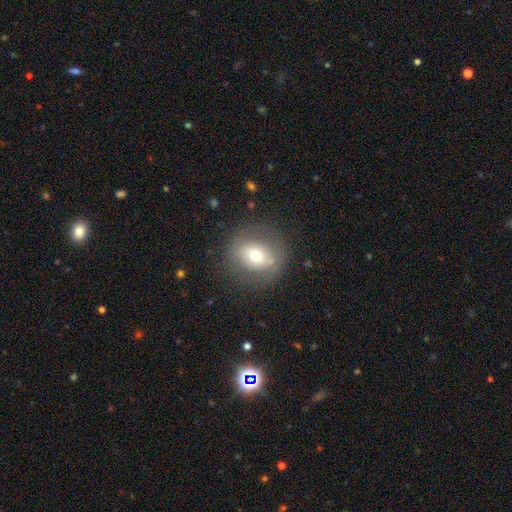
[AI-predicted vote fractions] Q: Smooth or featured?
A: smooth (57%); runner-up: featured or disk (33%)
Q: How rounded?
A: round (75%); runner-up: in between (24%)
Q: Merging?
A: none (80%); runner-up: minor disturbance (12%)